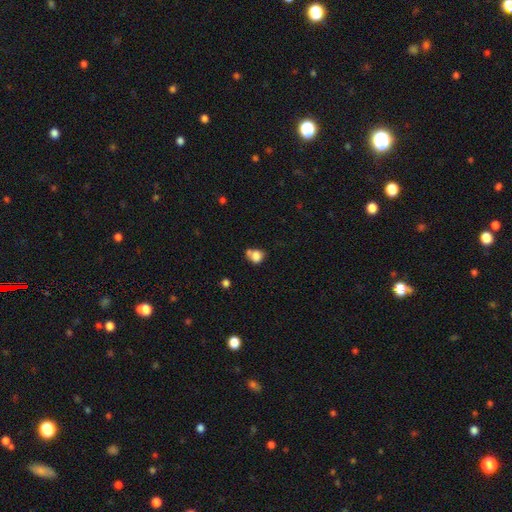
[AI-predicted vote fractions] Morphology: type=smooth (80%); roundness=round (59%); merging=none (41%).